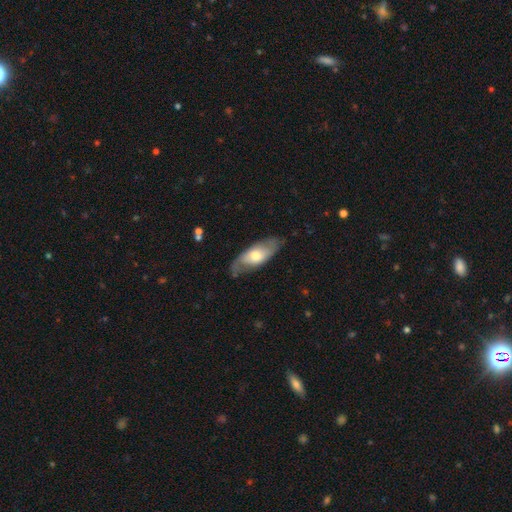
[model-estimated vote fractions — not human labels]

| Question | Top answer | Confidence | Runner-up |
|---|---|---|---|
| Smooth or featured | smooth | 49% | featured or disk (46%) |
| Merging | none | 72% | minor disturbance (21%) |